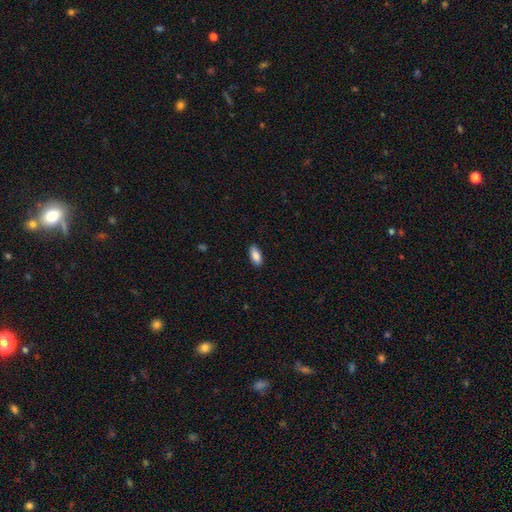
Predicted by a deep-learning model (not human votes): A smooth galaxy with no disk features (85%) that is in between round and cigar-shaped (86%). Merging: none (88%).